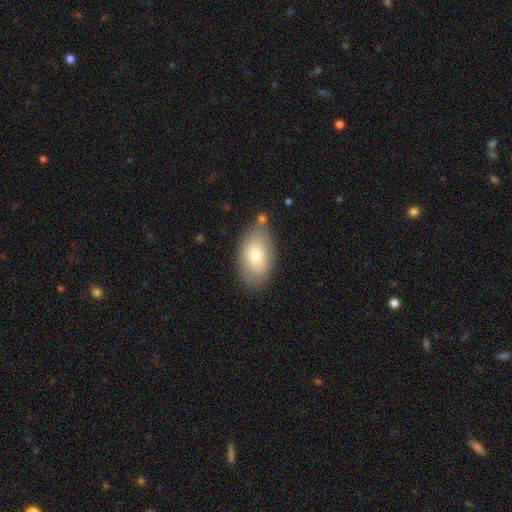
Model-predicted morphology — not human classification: Smooth or featured?
  - smooth: 75% *
  - featured or disk: 19%
  - star or artifact: 6%
How rounded?
  - in between: 93% *
  - round: 5%
  - cigar-shaped: 2%
Merging?
  - none: 73% *
  - minor disturbance: 17%
  - merger: 6%
  - major disturbance: 4%